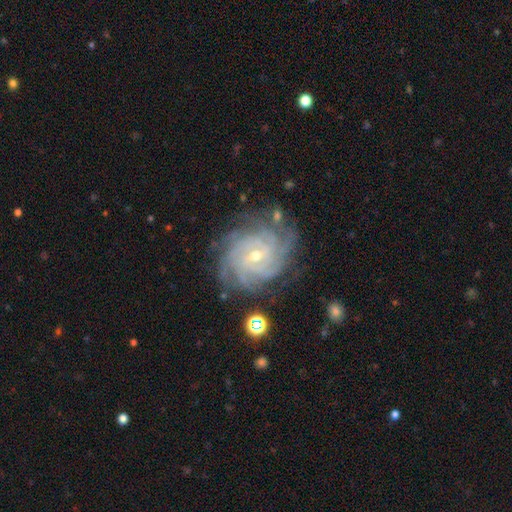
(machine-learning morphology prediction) Smooth or featured? featured or disk (90%)
Edge-on disk? no (98%)
Bar? no (52%)
Spiral arms? yes (98%)
Spiral winding? tight (77%)
Spiral arm count? 4 (30%)
Bulge size? small (59%)
Merging? none (77%)